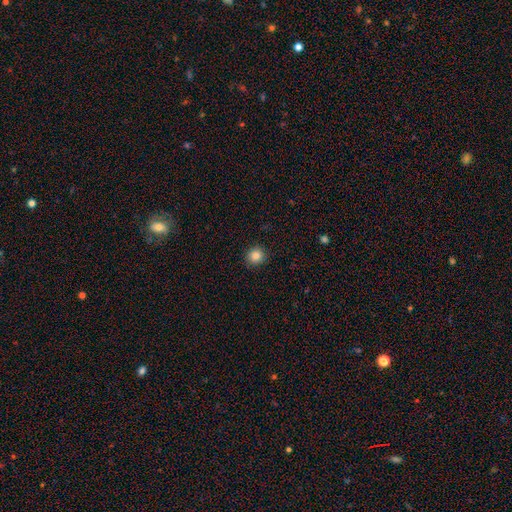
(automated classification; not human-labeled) Smooth or featured: smooth — 84% (star or artifact — 11%)
How rounded: round — 91% (in between — 8%)
Merging: none — 91% (minor disturbance — 6%)